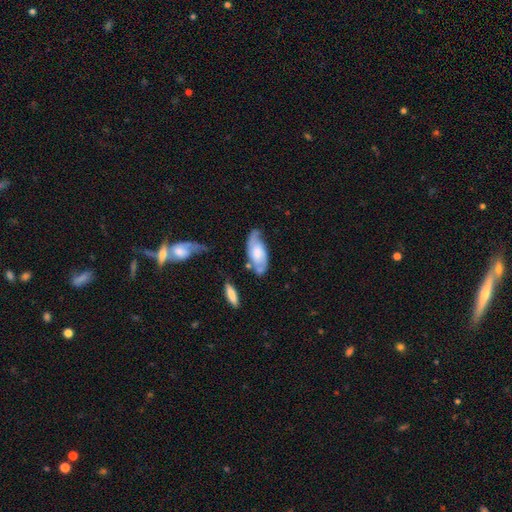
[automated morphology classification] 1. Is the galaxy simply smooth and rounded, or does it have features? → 58% featured or disk, 36% smooth, 6% star or artifact.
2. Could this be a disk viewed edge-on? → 88% no, 12% yes.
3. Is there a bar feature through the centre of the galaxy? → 64% no, 29% weak, 7% strong.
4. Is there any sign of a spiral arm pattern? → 85% yes, 15% no.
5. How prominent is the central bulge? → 30% large (tied), 30% moderate (tied), 20% small, 15% none, 5% dominant.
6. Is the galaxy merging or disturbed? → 54% none, 28% minor disturbance, 11% major disturbance, 7% merger.